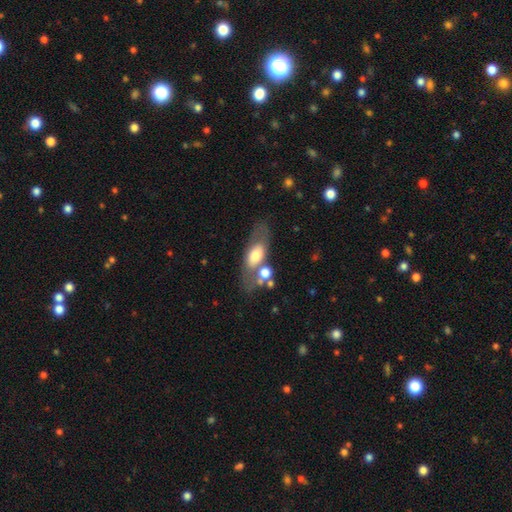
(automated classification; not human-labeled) Smooth or featured?
  - smooth: 56% *
  - featured or disk: 36%
  - star or artifact: 8%
How rounded?
  - in between: 78% *
  - cigar-shaped: 15%
  - round: 7%
Merging?
  - none: 56% *
  - merger: 18%
  - minor disturbance: 17%
  - major disturbance: 10%